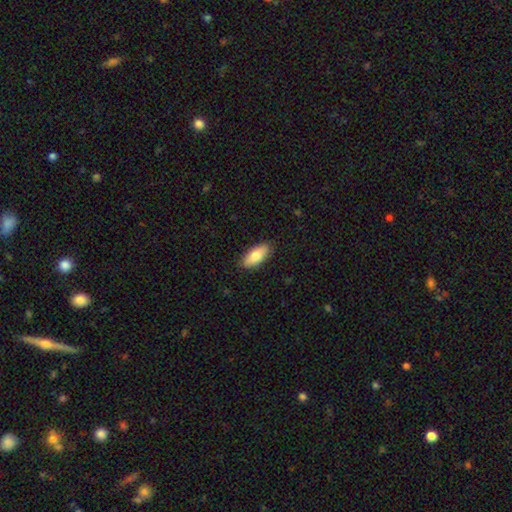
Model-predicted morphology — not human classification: This appears to be a smooth galaxy with no disk features (82%) that is in between round and cigar-shaped (83%). Merging: none (87%).